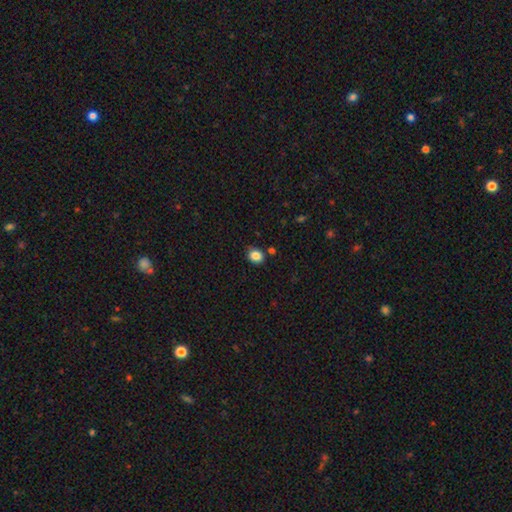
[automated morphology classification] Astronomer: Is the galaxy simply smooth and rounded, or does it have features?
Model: smooth — 85%.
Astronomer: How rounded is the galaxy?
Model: round — 57% (runner-up: in between, 42%).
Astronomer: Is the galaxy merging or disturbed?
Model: none — 83%.